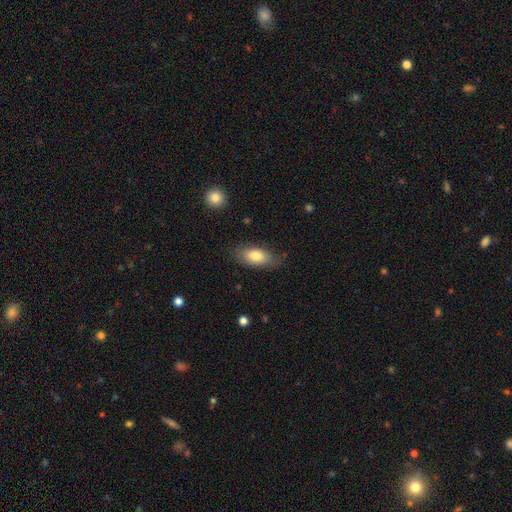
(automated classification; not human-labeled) Overall: smooth (77%). How rounded: in between (87%). Merging: none (74%).